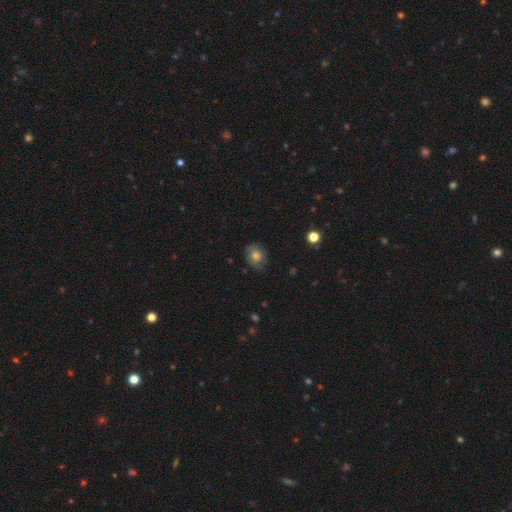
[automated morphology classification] Smooth or featured: smooth — 69% (featured or disk — 20%)
How rounded: round — 65% (in between — 34%)
Merging: none — 75% (minor disturbance — 20%)